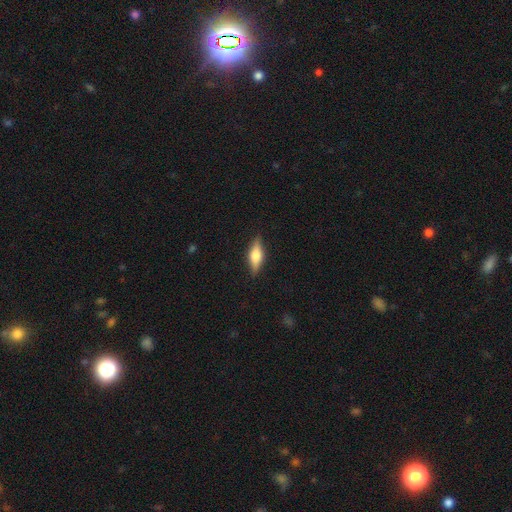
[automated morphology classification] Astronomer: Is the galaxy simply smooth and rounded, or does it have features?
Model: smooth — 50% (runner-up: featured or disk, 43%).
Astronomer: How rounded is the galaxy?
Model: in between — 55% (runner-up: cigar-shaped, 42%).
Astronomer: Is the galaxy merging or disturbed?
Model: none — 87%.